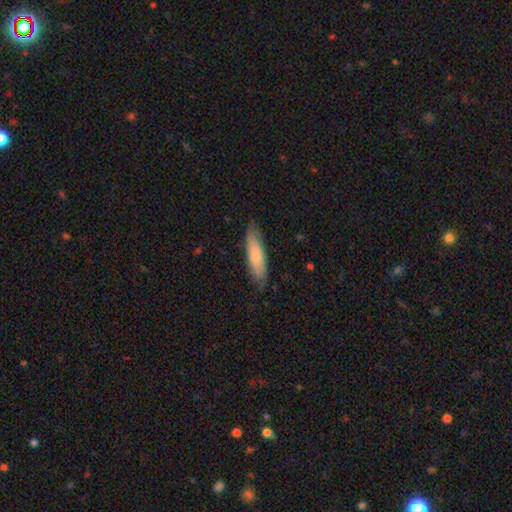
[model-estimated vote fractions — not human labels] Smooth or featured: smooth — 74% (featured or disk — 21%)
How rounded: cigar-shaped — 67% (in between — 31%)
Merging: none — 80% (minor disturbance — 16%)